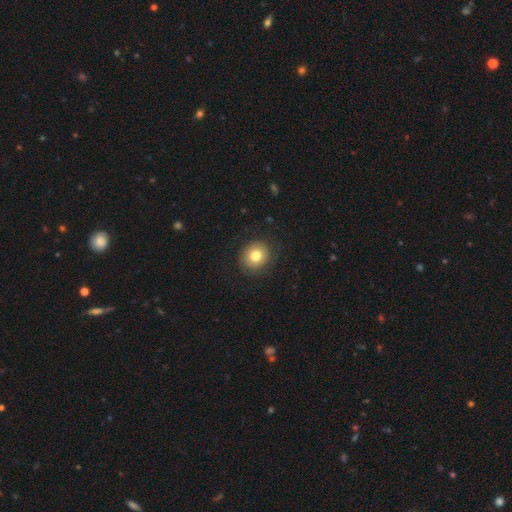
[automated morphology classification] A smooth galaxy with no disk features (79%) that is round (76%).

Vote fractions:
- Smooth or featured? smooth: 79% / featured or disk: 11% / star or artifact: 10%
- How rounded? round: 76% / in between: 23% / cigar-shaped: 1%
- Merging? none: 87% / minor disturbance: 9% / major disturbance: 3% / merger: 1%